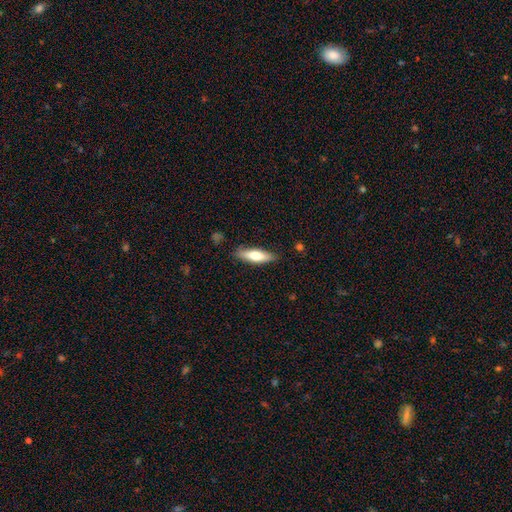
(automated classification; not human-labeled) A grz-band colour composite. It shows a smooth galaxy with no disk features (65%) that is cigar-shaped (57%). Merging: none (85%).